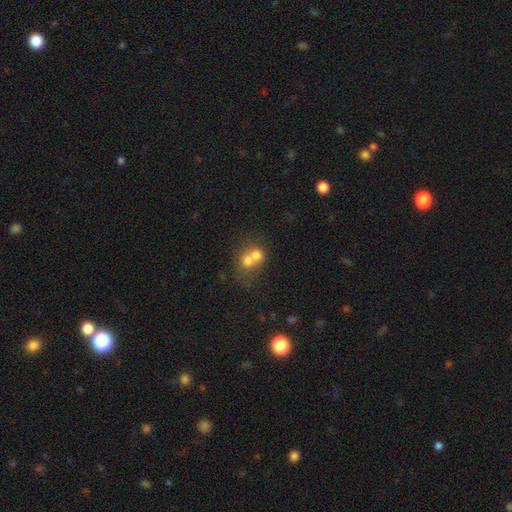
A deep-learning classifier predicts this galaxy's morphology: The model was most divided on "how rounded": round: 71%, in between: 28%, cigar-shaped: 1%. More confident: merging — merger (70%); smooth or featured — smooth (67%).